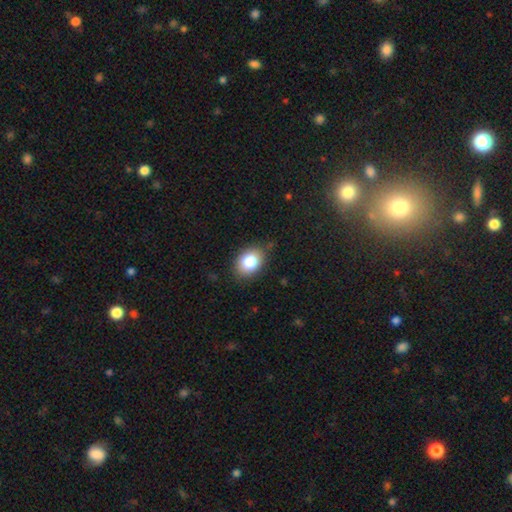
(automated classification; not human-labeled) Smooth or featured? smooth (81%)
How rounded? in between (69%)
Merging? none (84%)